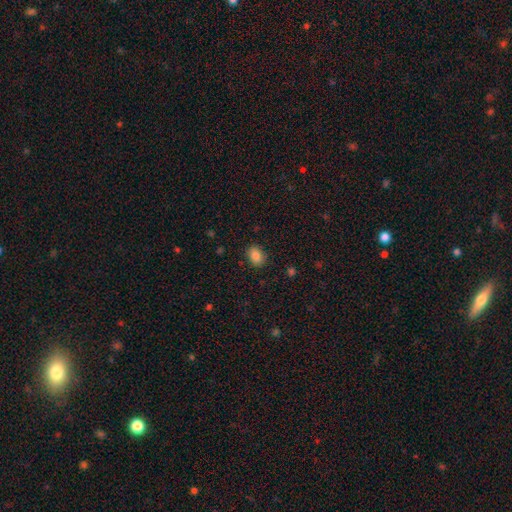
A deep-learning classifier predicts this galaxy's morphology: A smooth galaxy with no disk features (85%) that is in between round and cigar-shaped (69%). Merging: none (87%).